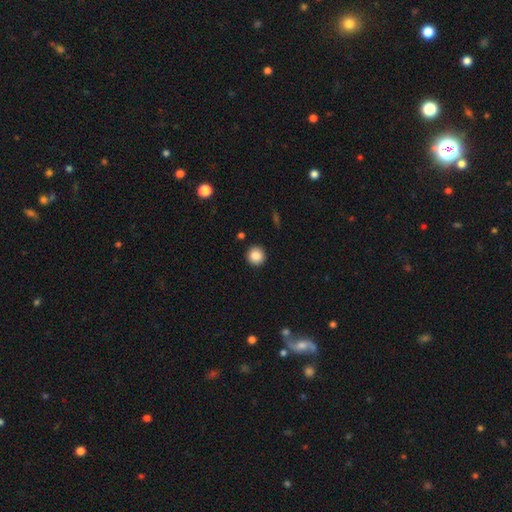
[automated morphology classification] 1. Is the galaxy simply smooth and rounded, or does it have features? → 87% smooth, 9% star or artifact, 4% featured or disk.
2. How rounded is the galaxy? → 93% round, 6% in between, 1% cigar-shaped.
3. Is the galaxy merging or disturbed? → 91% none, 5% minor disturbance, 2% major disturbance, 2% merger.